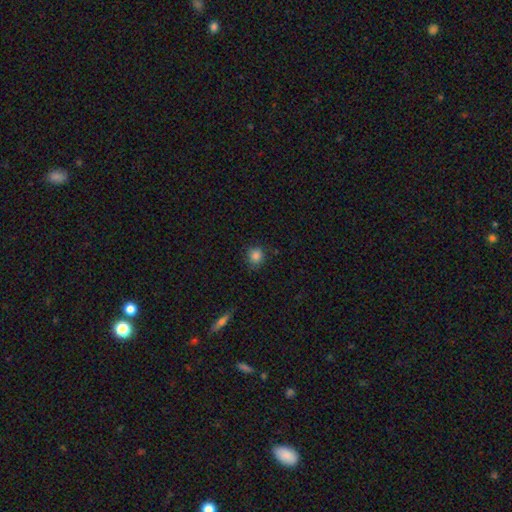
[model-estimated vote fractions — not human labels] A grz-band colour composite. It shows a smooth galaxy with no disk features (84%) that is round (86%). Merging: none (81%).